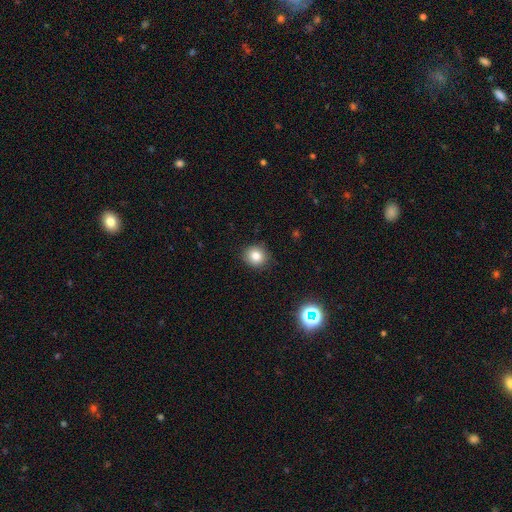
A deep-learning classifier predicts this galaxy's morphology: smooth-or-featured: smooth: 81% | star or artifact: 12% | featured or disk: 7%
  how-rounded: round: 85% | in between: 14% | cigar-shaped: 1%
  merging: none: 89% | minor disturbance: 7% | major disturbance: 2% | merger: 1%